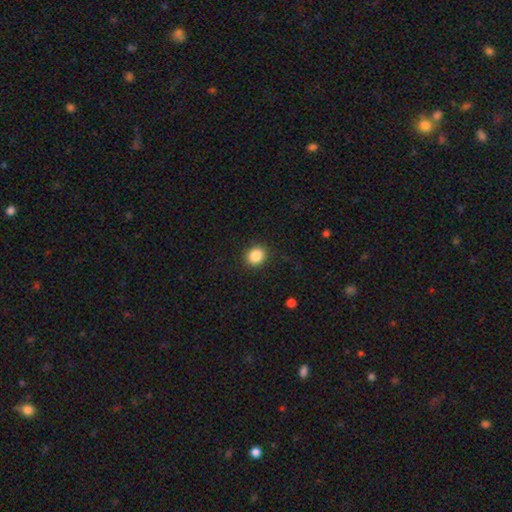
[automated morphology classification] This is clearly a smooth galaxy (86%). How rounded: likely round (75%). Merging: clearly none (89%).